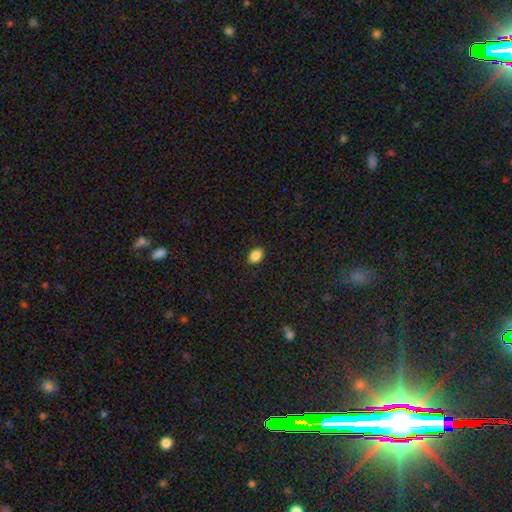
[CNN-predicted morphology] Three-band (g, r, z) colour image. It shows a smooth galaxy with no disk features (87%) that is in between round and cigar-shaped (77%). Merging: none (89%).